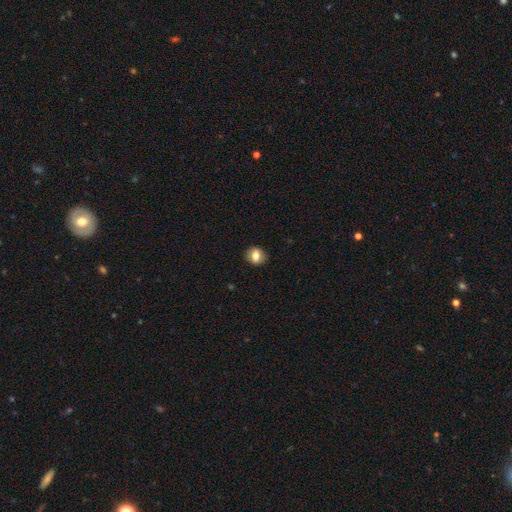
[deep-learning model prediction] Morphology: type=smooth (75%); roundness=round (73%); merging=none (89%).